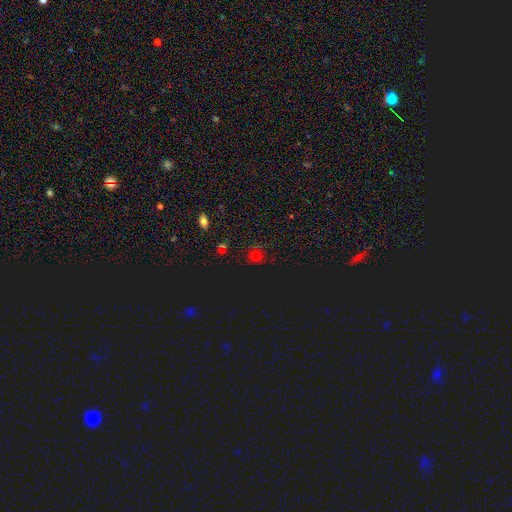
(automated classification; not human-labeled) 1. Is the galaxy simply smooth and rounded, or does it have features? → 48% smooth, 44% star or artifact, 8% featured or disk.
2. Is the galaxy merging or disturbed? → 77% none, 14% minor disturbance, 6% major disturbance, 3% merger.